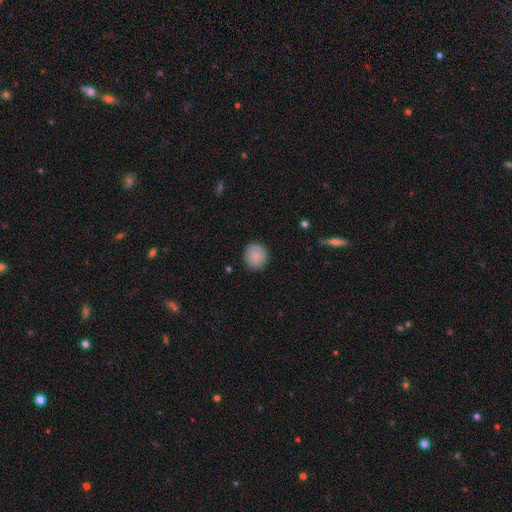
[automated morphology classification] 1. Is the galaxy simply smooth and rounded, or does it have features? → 86% smooth, 8% star or artifact, 6% featured or disk.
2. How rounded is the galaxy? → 91% round, 8% in between, 1% cigar-shaped.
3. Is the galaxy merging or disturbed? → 89% none, 8% minor disturbance, 2% major disturbance, 1% merger.